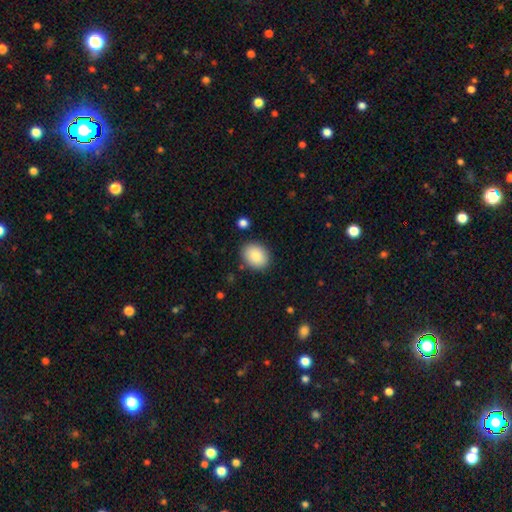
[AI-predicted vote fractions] Smooth or featured?
  - smooth: 87% *
  - star or artifact: 7%
  - featured or disk: 6%
How rounded?
  - in between: 62% *
  - round: 37%
  - cigar-shaped: 1%
Merging?
  - none: 86% *
  - minor disturbance: 9%
  - major disturbance: 3%
  - merger: 2%